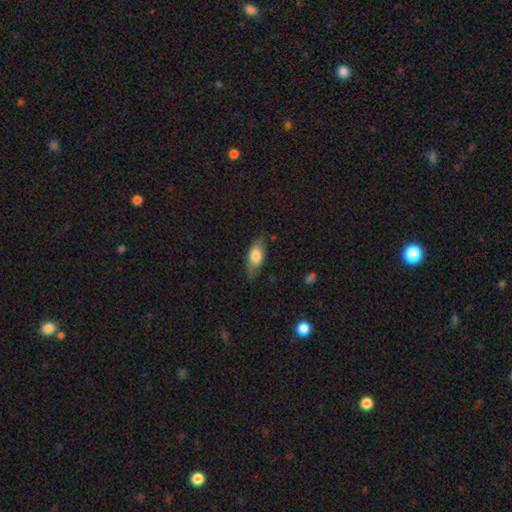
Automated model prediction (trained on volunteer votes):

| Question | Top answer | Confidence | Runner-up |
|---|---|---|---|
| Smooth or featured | smooth | 70% | featured or disk (23%) |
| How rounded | in between | 79% | cigar-shaped (17%) |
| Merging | none | 74% | minor disturbance (20%) |